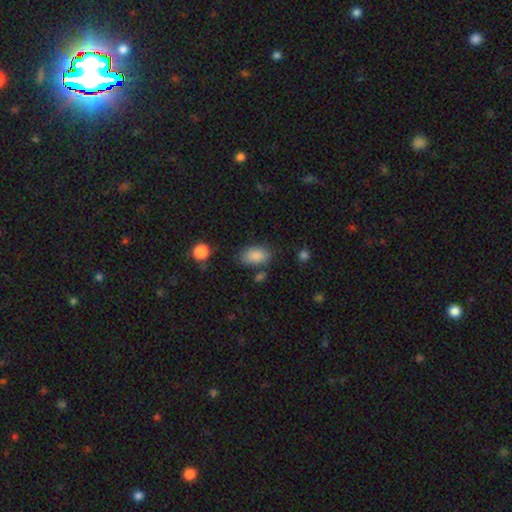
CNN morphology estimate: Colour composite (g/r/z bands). It shows a smooth galaxy with no disk features (87%) that is in between round and cigar-shaped (89%). Merging: none (71%).